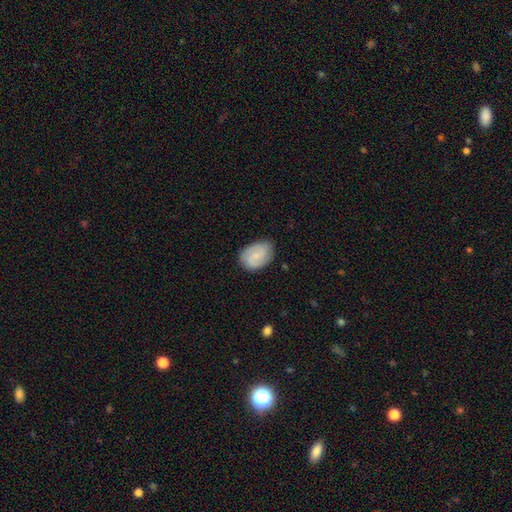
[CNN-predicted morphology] Overall: featured or disk (52%; smooth 41%). Edge-on disk: no (97%). Bar: weak (48%; no 43%). Spiral arms: yes (91%). Bulge size: small (57%; none 22%). Merging: none (79%).